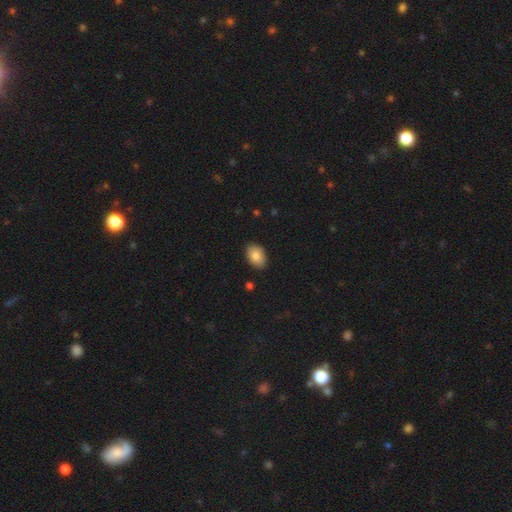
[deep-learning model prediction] The model was most divided on "how rounded": in between: 84%, round: 15%, cigar-shaped: 1%. More confident: merging — none (88%); smooth or featured — smooth (85%).